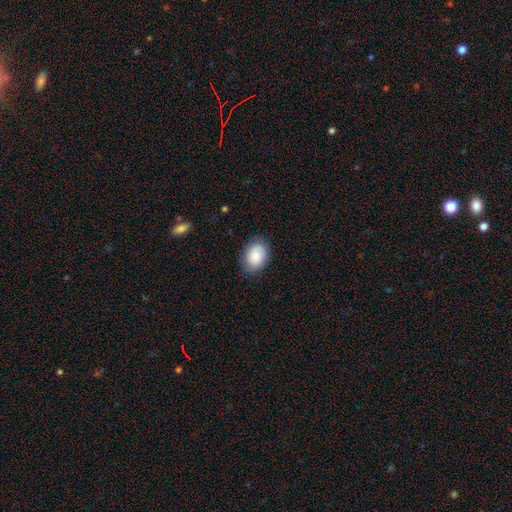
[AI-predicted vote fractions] Smooth or featured?
  - smooth: 84% *
  - featured or disk: 9%
  - star or artifact: 7%
How rounded?
  - in between: 71% *
  - round: 29%
  - cigar-shaped: 1%
Merging?
  - none: 82% *
  - minor disturbance: 14%
  - major disturbance: 3%
  - merger: 1%